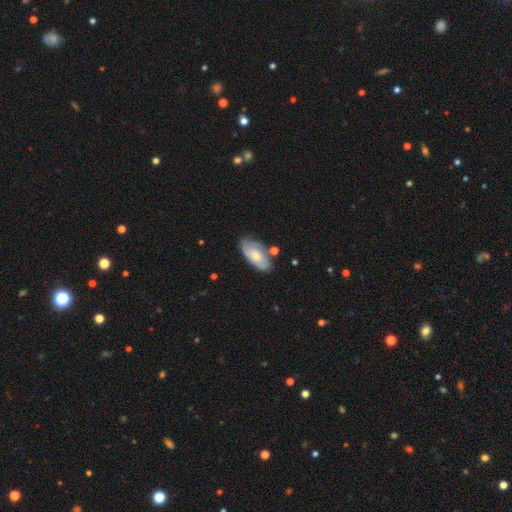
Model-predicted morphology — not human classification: A featured or disk galaxy (50%).

Vote fractions:
- Smooth or featured? featured or disk: 50% / smooth: 44% / star or artifact: 6%
- Edge-on disk? no: 90% / yes: 10%
- Merging? none: 66% / minor disturbance: 21% / merger: 7% / major disturbance: 6%